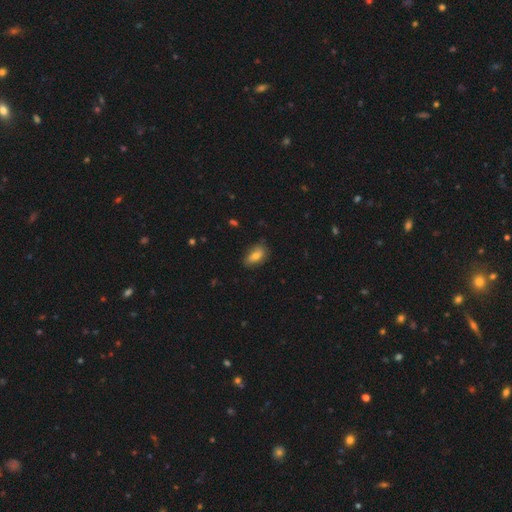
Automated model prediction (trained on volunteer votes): A smooth galaxy with no disk features (75%) that is in between round and cigar-shaped (88%). Merging: none (74%).